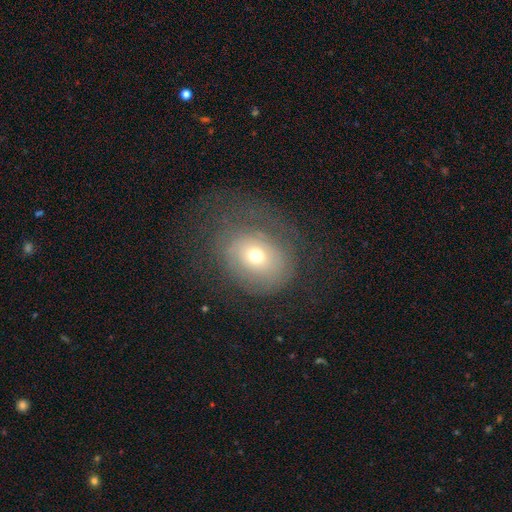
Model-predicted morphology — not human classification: Overall: smooth (57%; featured or disk 30%). How rounded: round (63%; in between 36%). Merging: none (50%; major disturbance 28%).